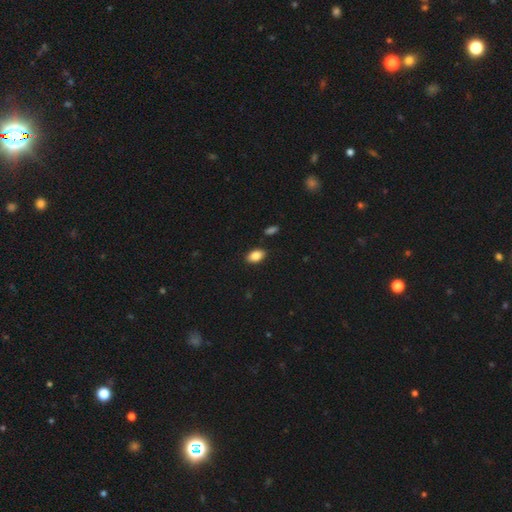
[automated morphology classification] This is clearly a smooth galaxy (87%). How rounded: clearly in between (89%). Merging: clearly none (86%).